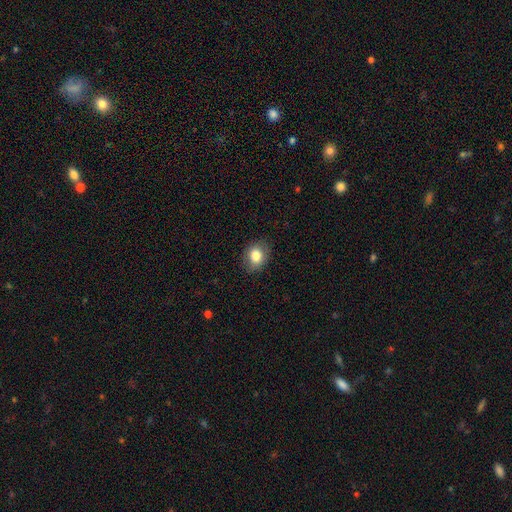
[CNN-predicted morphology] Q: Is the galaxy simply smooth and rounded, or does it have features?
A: smooth — 82%.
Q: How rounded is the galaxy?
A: in between — 54%.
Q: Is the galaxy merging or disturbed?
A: none — 85%.